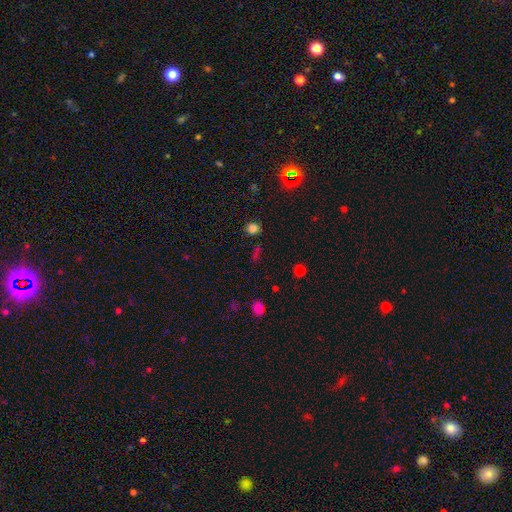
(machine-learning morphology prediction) A smooth galaxy with no disk features (61%) that is round (59%).

Vote fractions:
- Smooth or featured? smooth: 61% / star or artifact: 32% / featured or disk: 7%
- How rounded? round: 59% / in between: 37% / cigar-shaped: 5%
- Merging? none: 78% / minor disturbance: 11% / major disturbance: 6% / merger: 5%